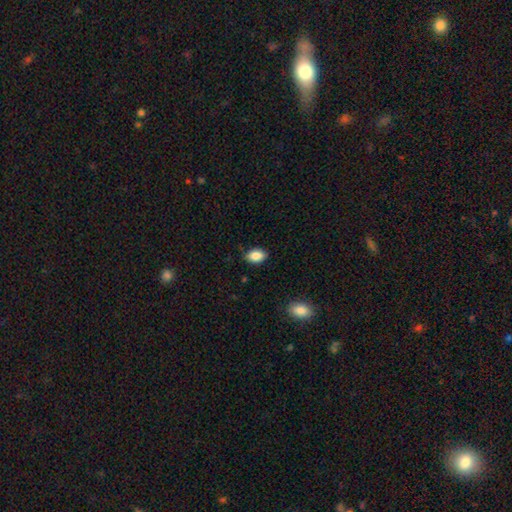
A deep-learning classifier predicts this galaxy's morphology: type=smooth (87%); roundness=in between (88%); merging=none (83%).